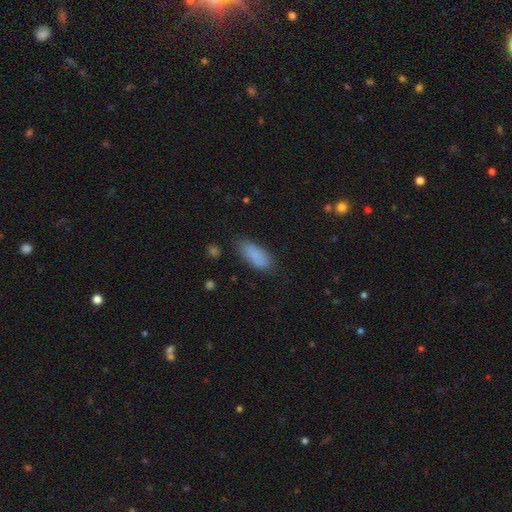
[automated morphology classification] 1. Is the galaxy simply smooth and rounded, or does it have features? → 85% smooth, 8% star or artifact, 7% featured or disk.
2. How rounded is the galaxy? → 77% in between, 21% cigar-shaped, 2% round.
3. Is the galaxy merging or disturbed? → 74% none, 20% minor disturbance, 5% major disturbance, 2% merger.